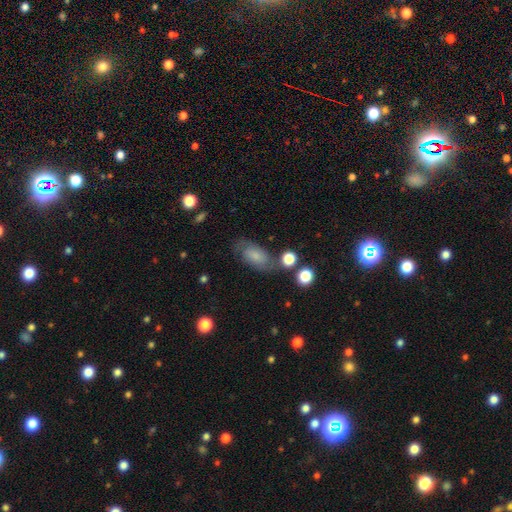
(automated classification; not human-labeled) A smooth galaxy with no disk features (49%). Merging: none (66%).